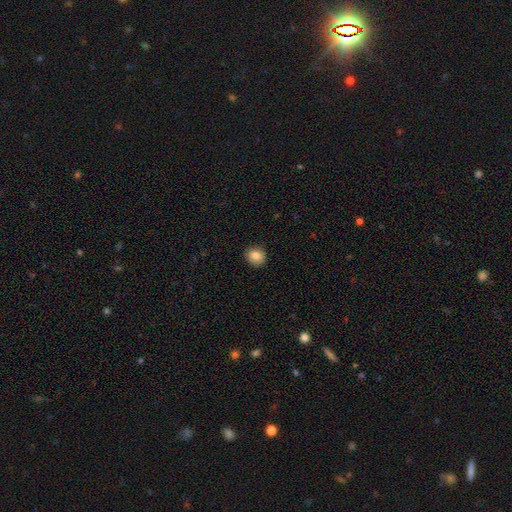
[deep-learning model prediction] A smooth galaxy with no disk features (83%) that is round (74%).

Vote fractions:
- Smooth or featured? smooth: 83% / star or artifact: 9% / featured or disk: 8%
- How rounded? round: 74% / in between: 25% / cigar-shaped: 1%
- Merging? none: 88% / minor disturbance: 9% / major disturbance: 2% / merger: 1%